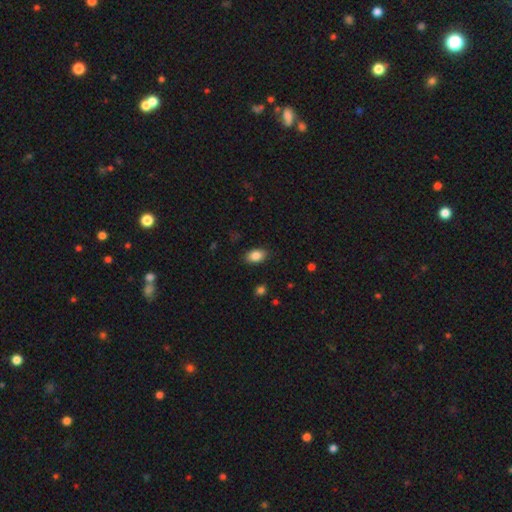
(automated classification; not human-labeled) Smooth or featured? smooth (86%)
How rounded? in between (89%)
Merging? none (87%)